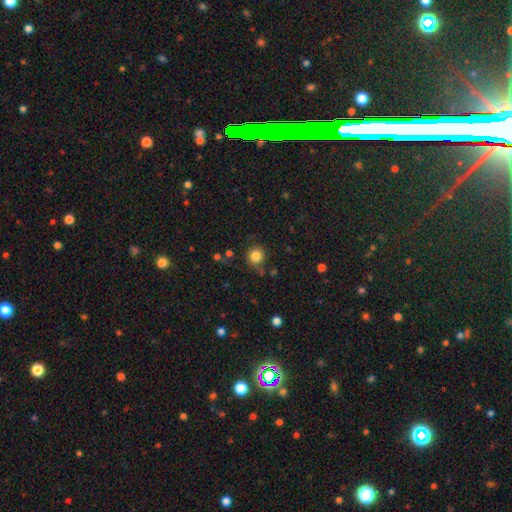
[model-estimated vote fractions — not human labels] Morphology: type=smooth (83%); roundness=round (89%); merging=none (82%).